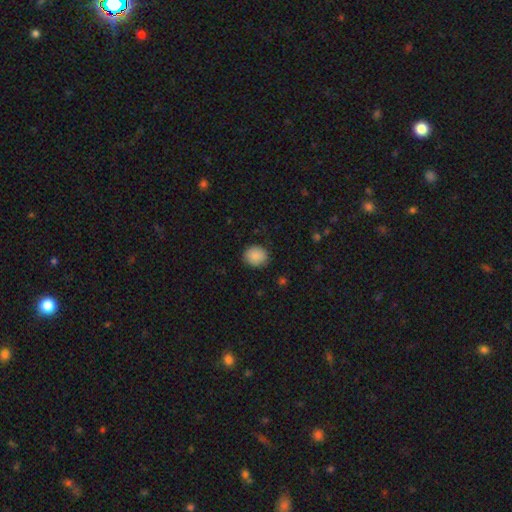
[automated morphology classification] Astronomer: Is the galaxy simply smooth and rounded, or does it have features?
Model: smooth — 89%.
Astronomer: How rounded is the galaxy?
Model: round — 77%.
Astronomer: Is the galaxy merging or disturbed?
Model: none — 87%.